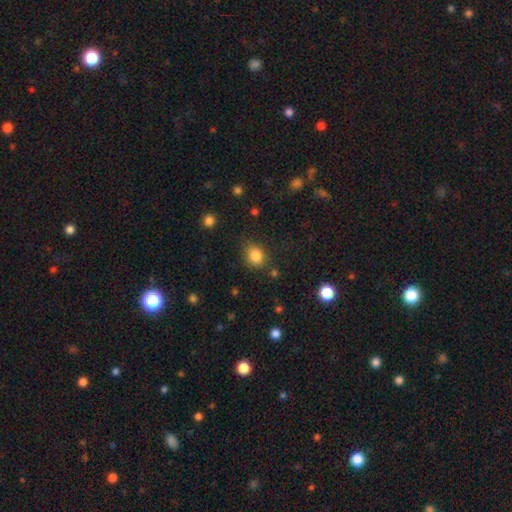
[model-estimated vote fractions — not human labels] Overall: smooth (84%). How rounded: round (63%; in between 36%). Merging: none (76%).